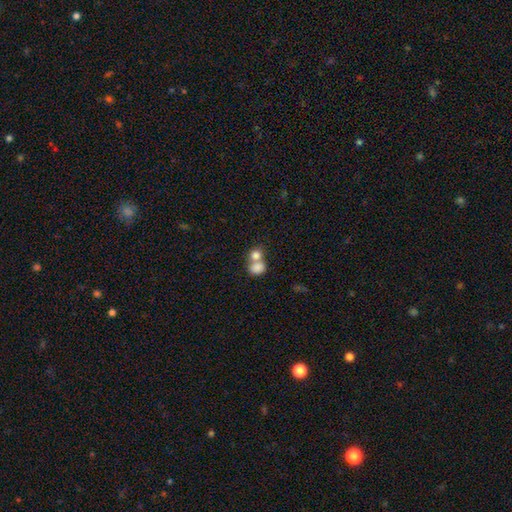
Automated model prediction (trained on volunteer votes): This appears to be a smooth galaxy with no disk features (81%) that is round (59%). Merging: merger (61%).